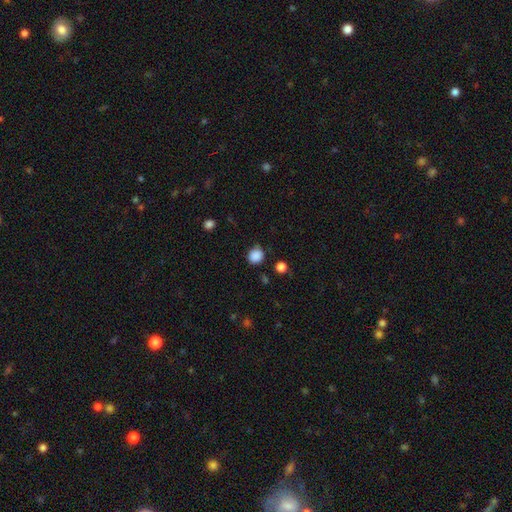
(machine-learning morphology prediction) smooth-or-featured: smooth: 86% | star or artifact: 11% | featured or disk: 3%
  how-rounded: round: 86% | in between: 13% | cigar-shaped: 1%
  merging: none: 79% | minor disturbance: 14% | major disturbance: 4% | merger: 3%